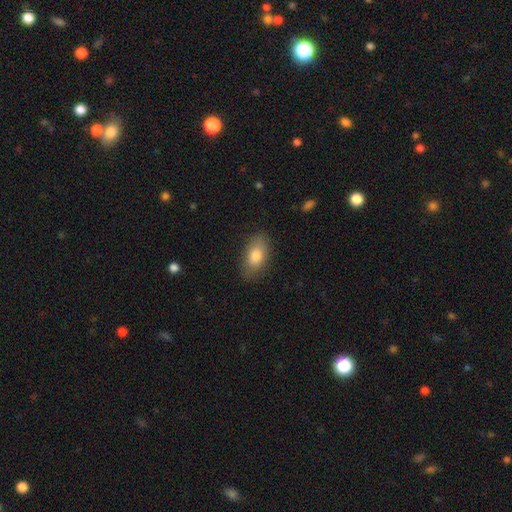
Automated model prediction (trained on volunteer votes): Smooth or featured? Predicted: smooth (p=0.81). How rounded? Predicted: in between (p=0.91). Merging? Predicted: none (p=0.84).